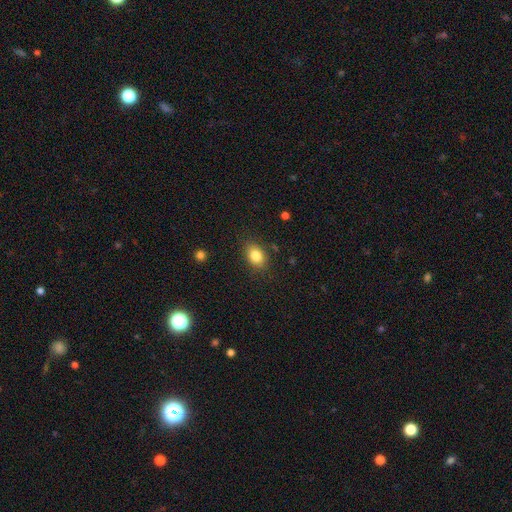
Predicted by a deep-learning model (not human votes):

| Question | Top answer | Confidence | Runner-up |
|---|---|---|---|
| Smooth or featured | smooth | 84% | star or artifact (9%) |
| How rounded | in between | 75% | round (24%) |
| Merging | none | 84% | minor disturbance (11%) |